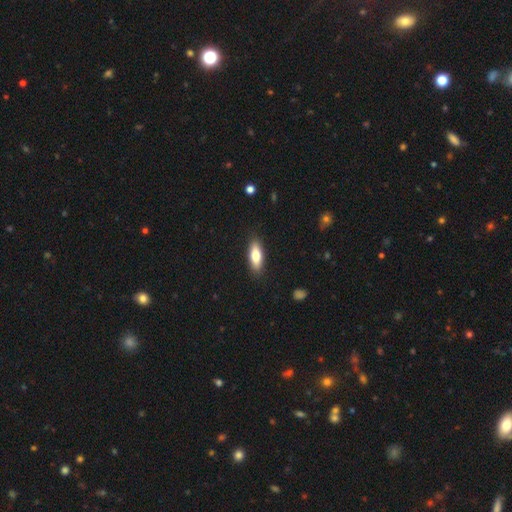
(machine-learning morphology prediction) Smooth or featured: smooth — 75% (featured or disk — 19%)
How rounded: in between — 65% (cigar-shaped — 32%)
Merging: none — 88% (minor disturbance — 9%)